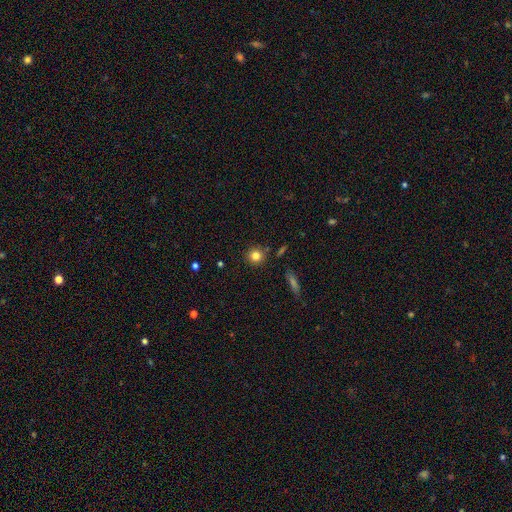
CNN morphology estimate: Smooth or featured?
  - smooth: 81% *
  - star or artifact: 12%
  - featured or disk: 7%
How rounded?
  - round: 91% *
  - in between: 8%
  - cigar-shaped: 1%
Merging?
  - none: 87% *
  - minor disturbance: 8%
  - merger: 3%
  - major disturbance: 2%